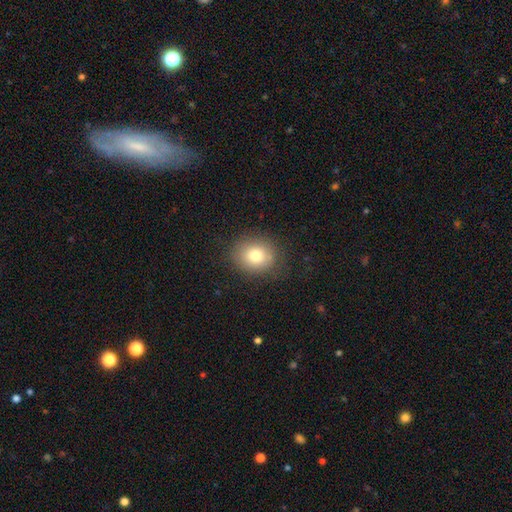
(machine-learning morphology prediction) The model was most divided on "how rounded": round: 73%, in between: 26%, cigar-shaped: 1%. More confident: merging — none (83%); smooth or featured — smooth (77%).